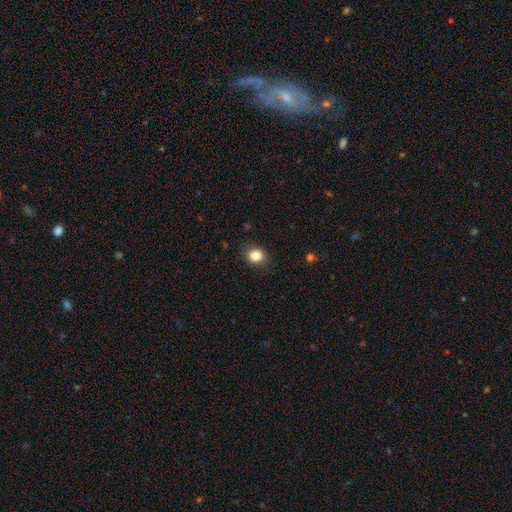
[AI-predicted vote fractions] Q: Smooth or featured?
A: smooth (84%); runner-up: star or artifact (10%)
Q: How rounded?
A: round (61%); runner-up: in between (38%)
Q: Merging?
A: none (85%); runner-up: minor disturbance (11%)